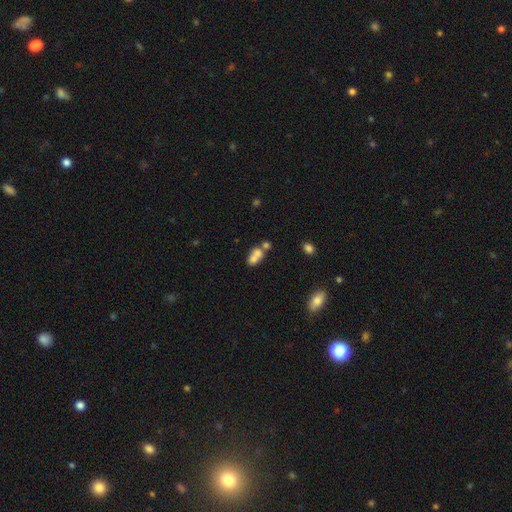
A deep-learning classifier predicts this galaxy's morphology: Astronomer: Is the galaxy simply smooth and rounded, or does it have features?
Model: smooth — 65%.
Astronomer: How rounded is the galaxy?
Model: in between — 64%.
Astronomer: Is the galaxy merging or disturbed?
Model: merger — 61%.